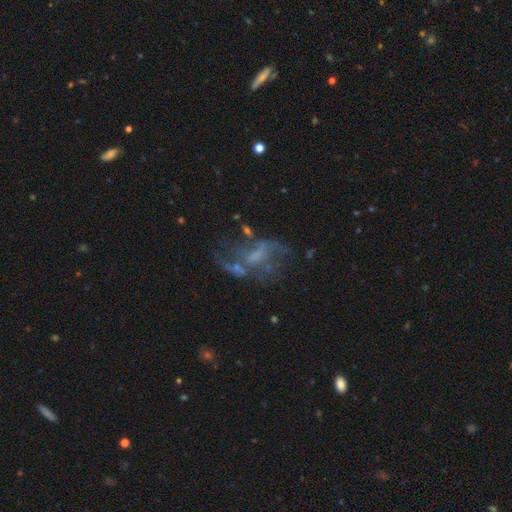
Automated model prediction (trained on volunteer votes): A featured or disk galaxy (65%) with no bar (53%), no spiral arms (51%) and no central bulge (47%). Merging: none (36%).